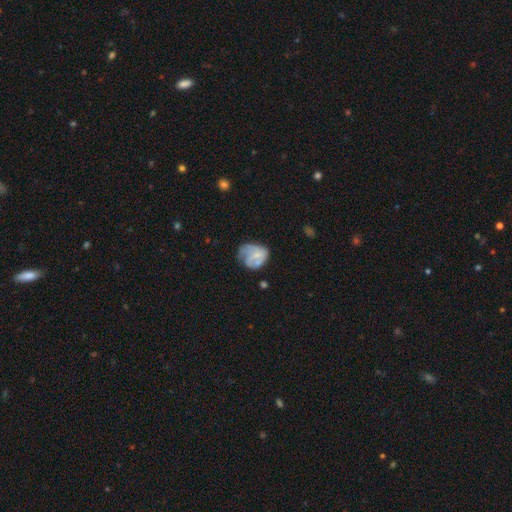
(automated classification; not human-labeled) This is possibly a featured or disk galaxy (51%). It is clearly not viewed edge-on (98%). Merging: marginally none (35%).